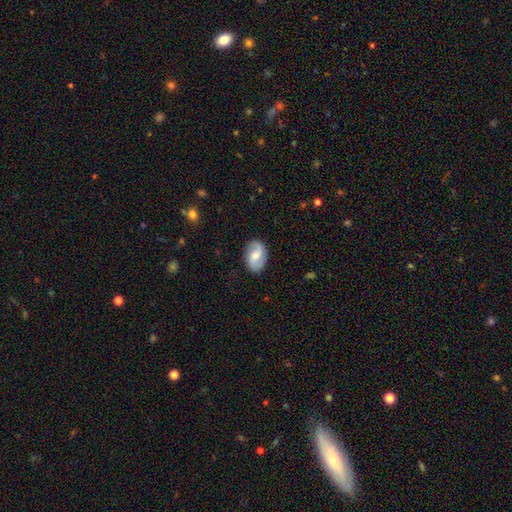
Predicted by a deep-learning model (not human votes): A featured or disk galaxy (57%) with a weak bar (48%), spiral arms (90%) and a moderate central bulge (55%). Merging: none (83%).